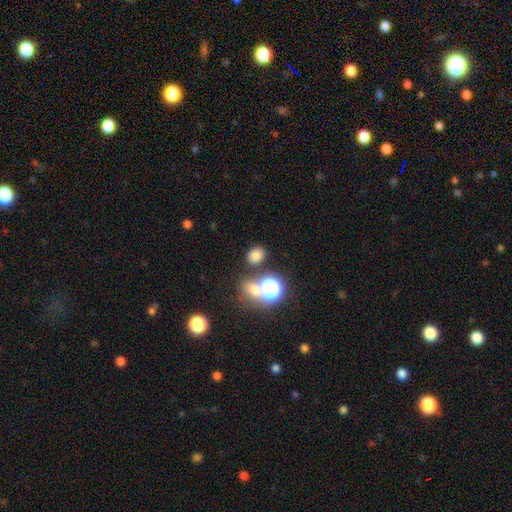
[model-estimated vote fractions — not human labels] smooth_or_featured: smooth (p=0.76) [alt: star or artifact p=0.18]
how_rounded: in between (p=0.54) [alt: round p=0.45]
merging: none (p=0.76) [alt: merger p=0.11]